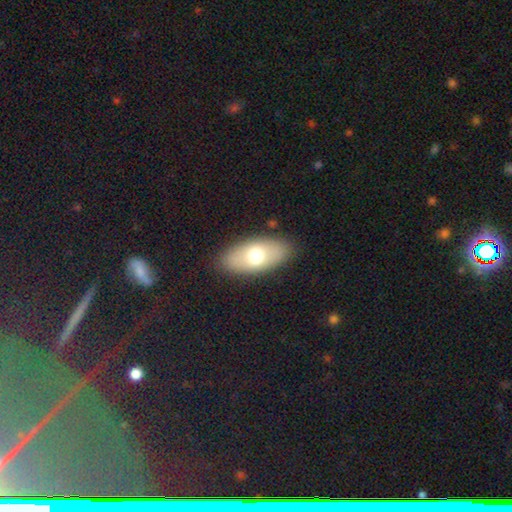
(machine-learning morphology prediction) type=smooth (67%); roundness=in between (90%); merging=none (86%).